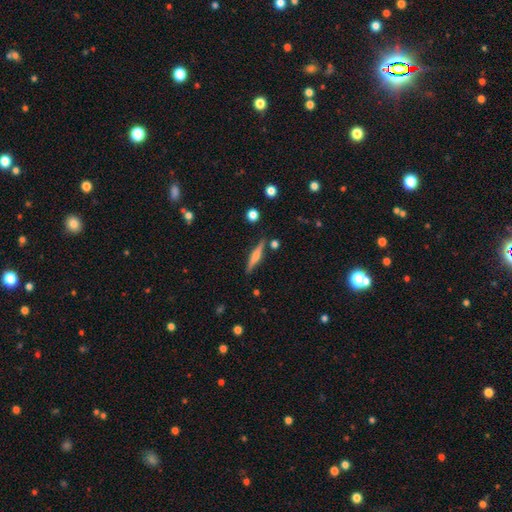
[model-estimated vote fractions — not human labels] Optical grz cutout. It shows a featured or disk galaxy (57%) viewed edge-on (97%) with a rounded central bulge (73%). Merging: none (85%).